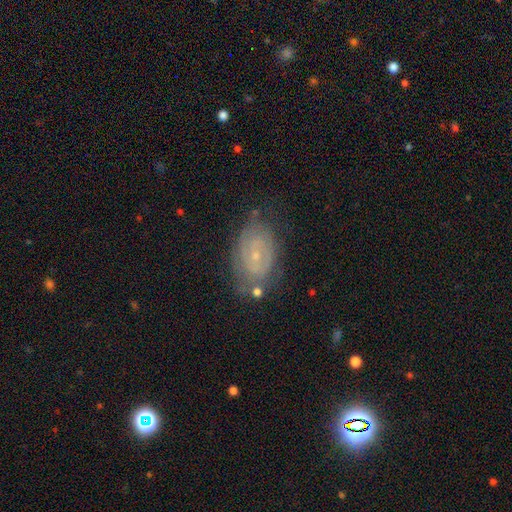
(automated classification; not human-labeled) Morphology: type=featured or disk (66%); edge-on=no (96%); bar=no (53%); spiral arms=yes (77%); bulge=small (77%); merging=none (68%).